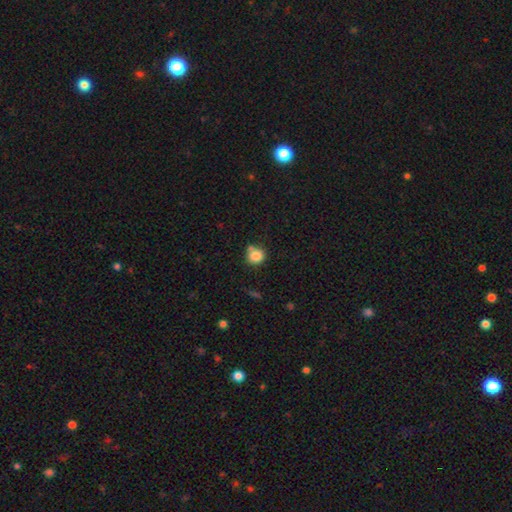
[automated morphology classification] Smooth or featured? smooth (82%)
How rounded? round (85%)
Merging? none (63%)